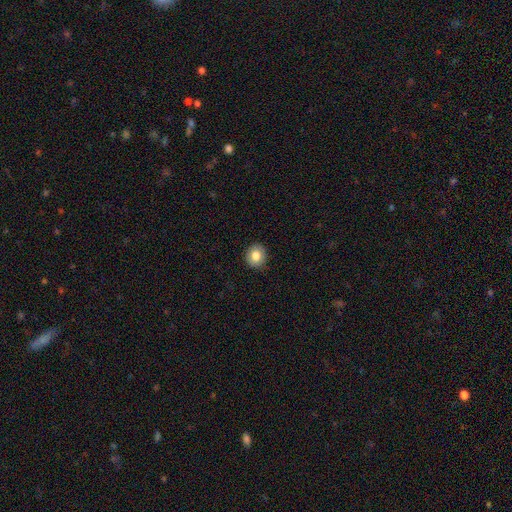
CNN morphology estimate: Q: Smooth or featured?
A: smooth (80%); runner-up: featured or disk (12%)
Q: How rounded?
A: round (74%); runner-up: in between (25%)
Q: Merging?
A: none (88%); runner-up: minor disturbance (9%)